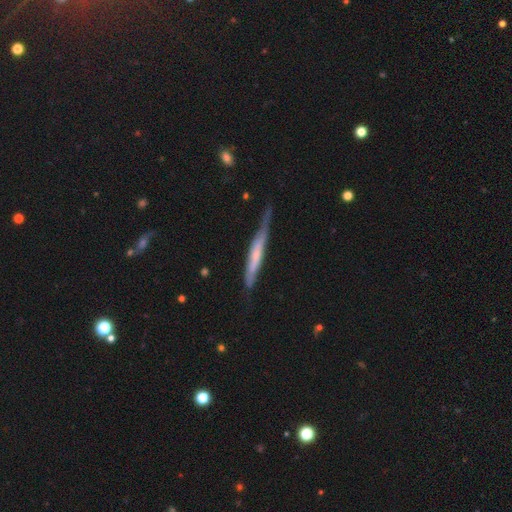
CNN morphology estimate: This appears to be a featured or disk galaxy (58%) viewed edge-on (86%). Merging: none (54%).